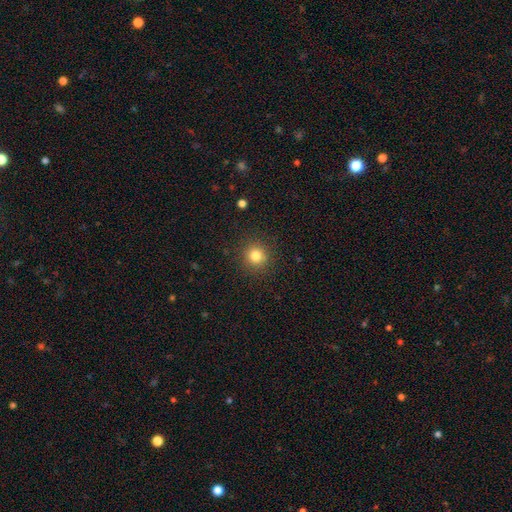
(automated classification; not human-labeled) Smooth or featured?
  - smooth: 80% *
  - star or artifact: 13%
  - featured or disk: 6%
How rounded?
  - round: 93% *
  - in between: 6%
  - cigar-shaped: 1%
Merging?
  - none: 90% *
  - minor disturbance: 6%
  - major disturbance: 3%
  - merger: 1%